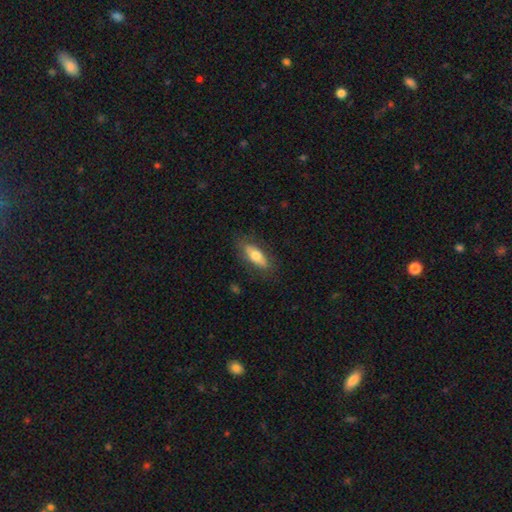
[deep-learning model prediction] Q: Smooth or featured?
A: smooth (66%); runner-up: featured or disk (28%)
Q: How rounded?
A: in between (66%); runner-up: cigar-shaped (32%)
Q: Merging?
A: none (79%); runner-up: minor disturbance (15%)